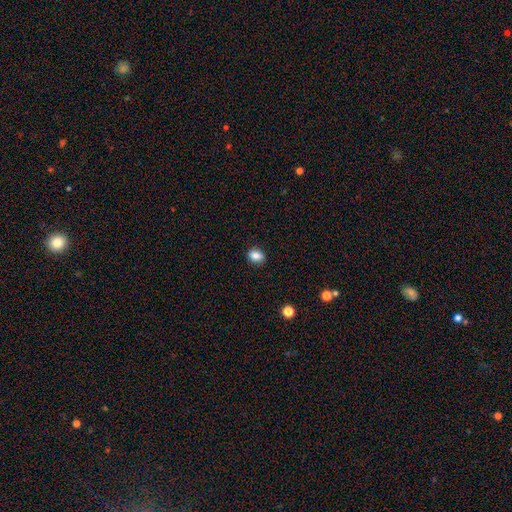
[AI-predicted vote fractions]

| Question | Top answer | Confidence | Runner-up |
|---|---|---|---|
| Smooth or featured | smooth | 84% | star or artifact (10%) |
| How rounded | in between | 61% | round (38%) |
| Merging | none | 88% | minor disturbance (9%) |